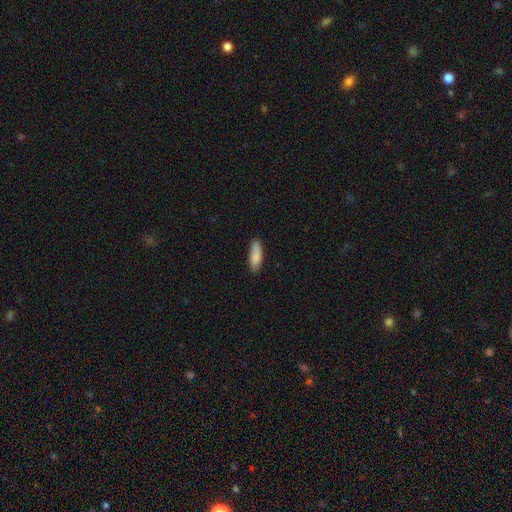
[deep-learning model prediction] smooth_or_featured: smooth (p=0.87) [alt: featured or disk p=0.07]
how_rounded: in between (p=0.57) [alt: cigar-shaped p=0.42]
merging: none (p=0.83) [alt: minor disturbance p=0.14]